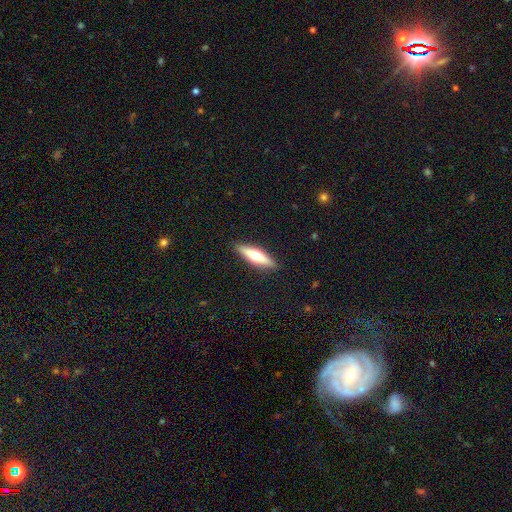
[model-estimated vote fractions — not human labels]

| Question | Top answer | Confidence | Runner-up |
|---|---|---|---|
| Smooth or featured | smooth | 51% | featured or disk (44%) |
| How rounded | cigar-shaped | 71% | in between (27%) |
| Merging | none | 90% | minor disturbance (7%) |